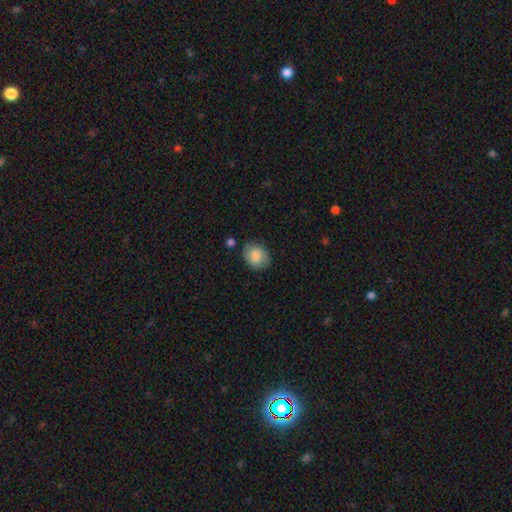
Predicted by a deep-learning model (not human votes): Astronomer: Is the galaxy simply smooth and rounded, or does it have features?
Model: smooth — 76%.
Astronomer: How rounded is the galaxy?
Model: in between — 51% (runner-up: round, 48%).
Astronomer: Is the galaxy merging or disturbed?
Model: none — 72%.